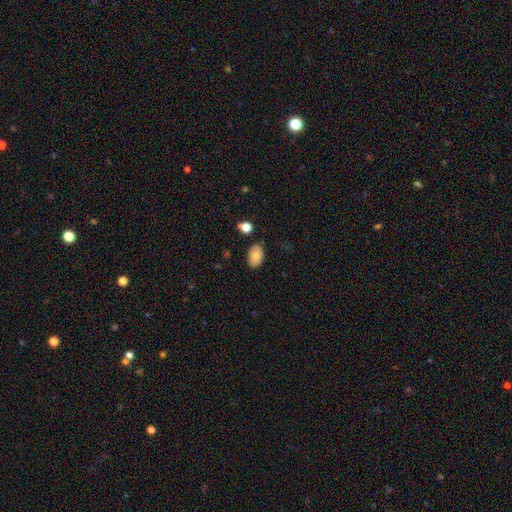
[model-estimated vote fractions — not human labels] Morphology: type=smooth (83%); roundness=in between (90%); merging=none (81%).